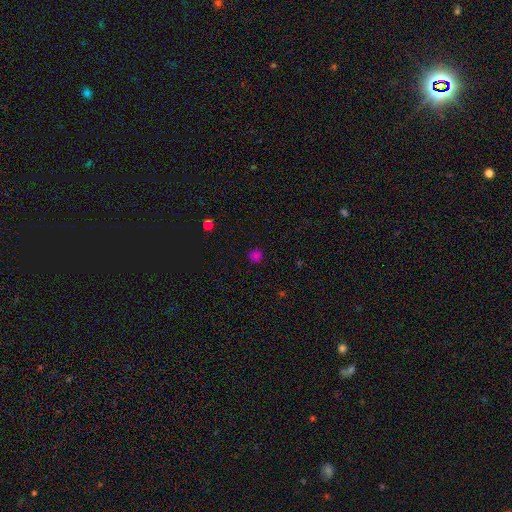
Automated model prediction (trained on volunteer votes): Smooth or featured?
  - smooth: 76% *
  - star or artifact: 21%
  - featured or disk: 4%
How rounded?
  - round: 91% *
  - in between: 8%
  - cigar-shaped: 1%
Merging?
  - none: 88% *
  - minor disturbance: 8%
  - major disturbance: 2%
  - merger: 2%